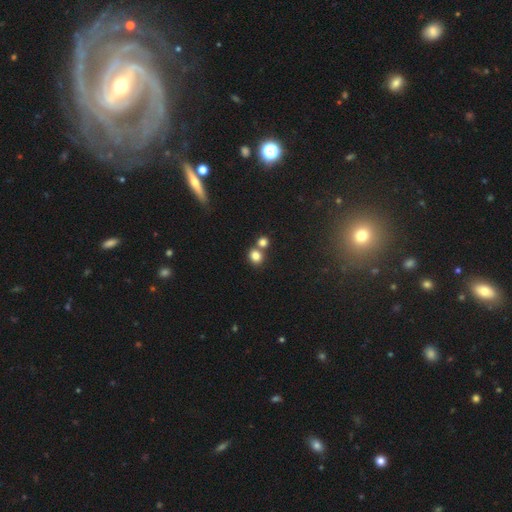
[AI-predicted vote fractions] Smooth or featured? smooth (81%)
How rounded? round (74%)
Merging? none (52%)